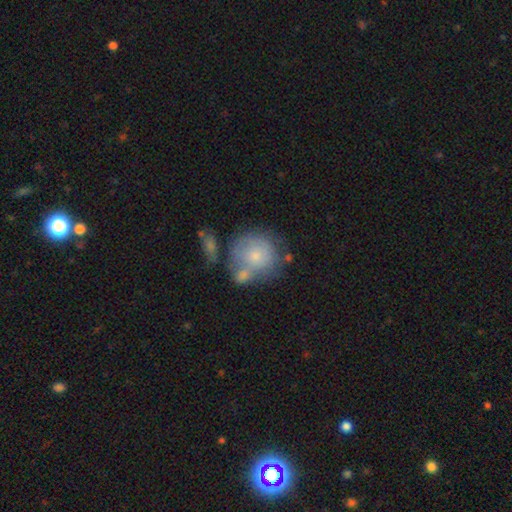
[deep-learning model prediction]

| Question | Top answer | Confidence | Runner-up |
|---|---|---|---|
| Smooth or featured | smooth | 68% | featured or disk (25%) |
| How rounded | round | 85% | in between (14%) |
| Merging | none | 38% | merger (33%) |